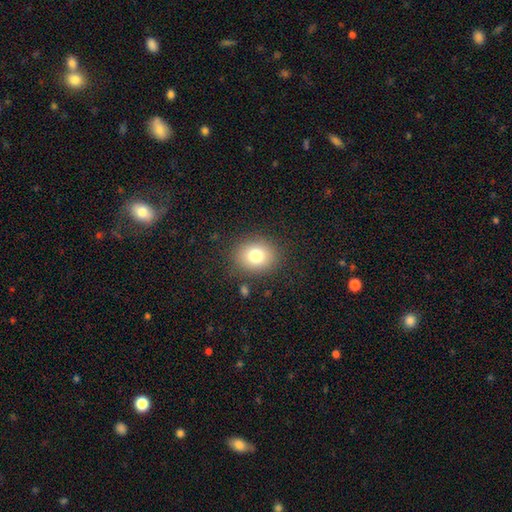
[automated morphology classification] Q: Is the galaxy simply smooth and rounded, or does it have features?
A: smooth — 79%.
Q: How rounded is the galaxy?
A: round — 60%.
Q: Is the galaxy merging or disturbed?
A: none — 85%.